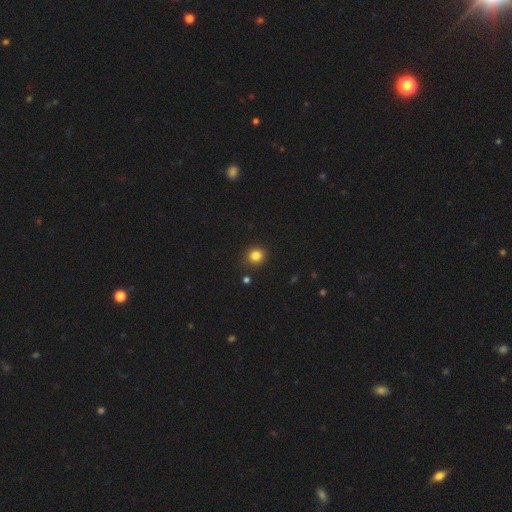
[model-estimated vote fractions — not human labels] This appears to be a smooth galaxy with no disk features (83%) that is round (88%). Merging: none (90%).